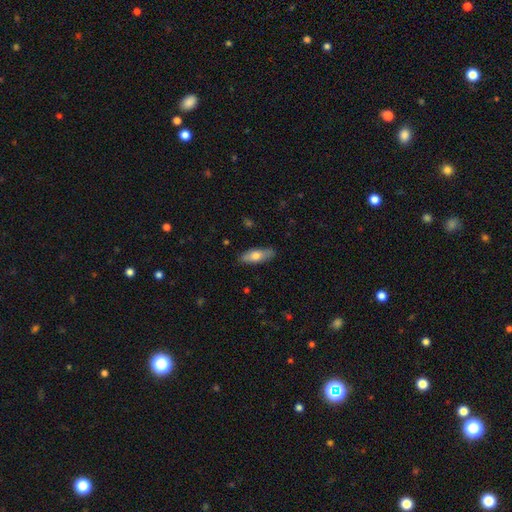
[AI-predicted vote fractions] This appears to be a smooth galaxy with no disk features (69%) that is in between round and cigar-shaped (63%). Merging: none (86%).